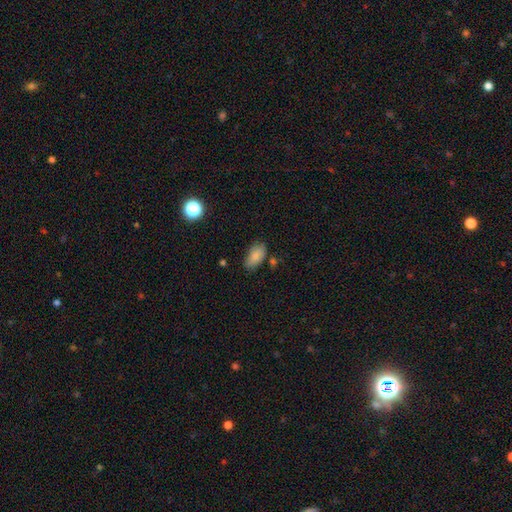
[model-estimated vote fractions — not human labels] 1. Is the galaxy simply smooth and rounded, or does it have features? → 86% smooth, 8% star or artifact, 6% featured or disk.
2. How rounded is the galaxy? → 92% in between, 5% round, 3% cigar-shaped.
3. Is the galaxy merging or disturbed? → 68% none, 23% minor disturbance, 5% merger, 5% major disturbance.